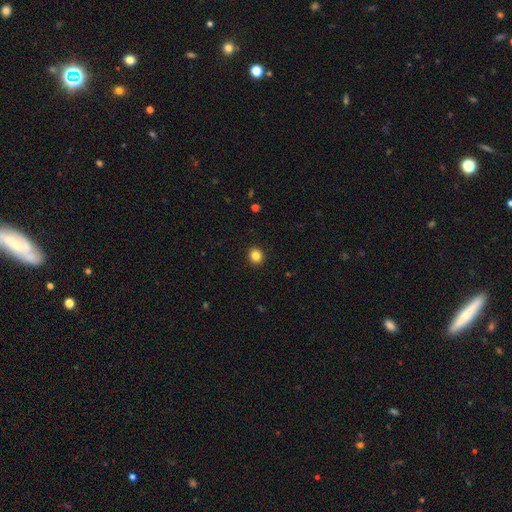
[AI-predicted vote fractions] smooth-or-featured: smooth: 84% | star or artifact: 11% | featured or disk: 5%
  how-rounded: round: 82% | in between: 17% | cigar-shaped: 1%
  merging: none: 93% | minor disturbance: 5% | major disturbance: 2% | merger: 1%